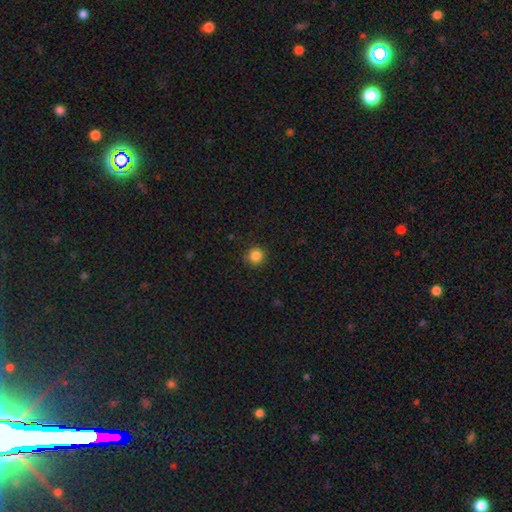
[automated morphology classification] The model was most divided on "smooth or featured": smooth: 85%, star or artifact: 11%, featured or disk: 4%. More confident: how rounded — round (94%); merging — none (91%).